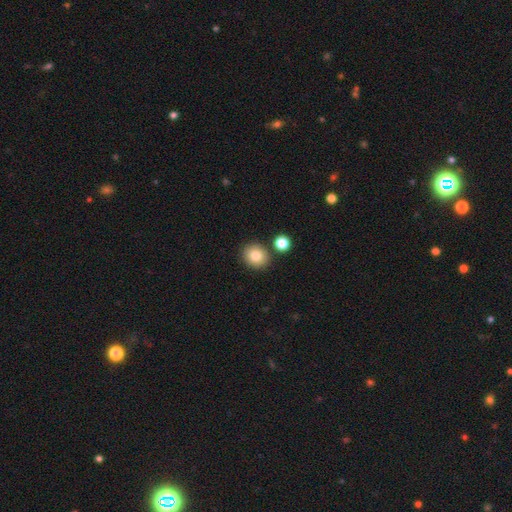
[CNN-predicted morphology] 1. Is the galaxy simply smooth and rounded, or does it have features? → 82% smooth, 10% star or artifact, 8% featured or disk.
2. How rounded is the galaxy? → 80% round, 19% in between, 1% cigar-shaped.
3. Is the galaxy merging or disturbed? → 83% none, 8% minor disturbance, 7% merger, 2% major disturbance.